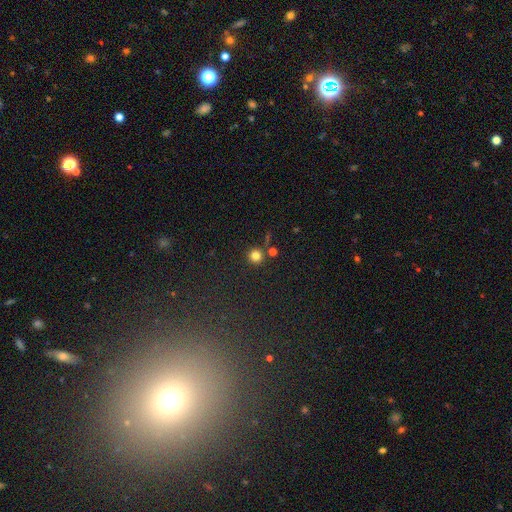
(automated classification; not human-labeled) Smooth or featured?
  - smooth: 80% *
  - star or artifact: 14%
  - featured or disk: 6%
How rounded?
  - round: 95% *
  - in between: 4%
  - cigar-shaped: 1%
Merging?
  - none: 83% *
  - merger: 8%
  - minor disturbance: 7%
  - major disturbance: 2%